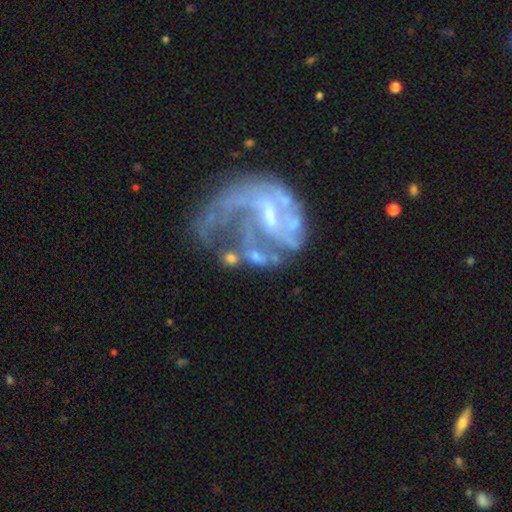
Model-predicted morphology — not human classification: This is likely a featured or disk galaxy (66%). It is clearly not viewed edge-on (95%). Bar: marginally no (44%). Spiral arm pattern: likely yes (66%). Central bulge: possibly small (47%). Merging: marginally none (32%).